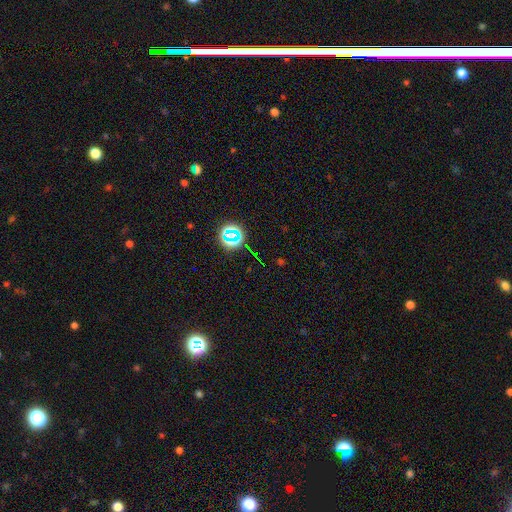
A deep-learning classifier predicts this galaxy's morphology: Smooth or featured: star or artifact — 70% (smooth — 21%)